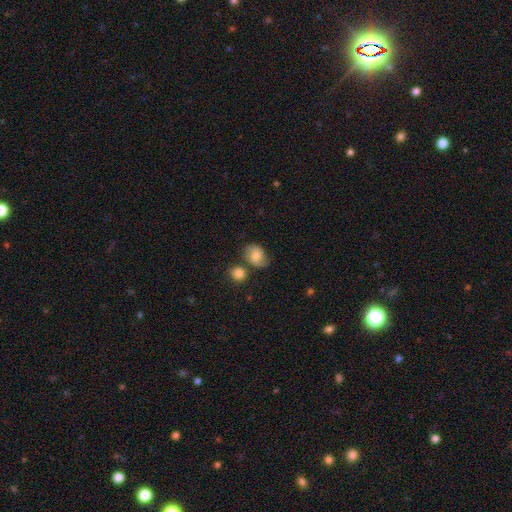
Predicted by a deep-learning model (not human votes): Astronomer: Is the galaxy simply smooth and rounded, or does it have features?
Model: smooth — 66%.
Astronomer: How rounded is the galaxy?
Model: in between — 66%.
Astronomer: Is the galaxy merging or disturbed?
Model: none — 65%.